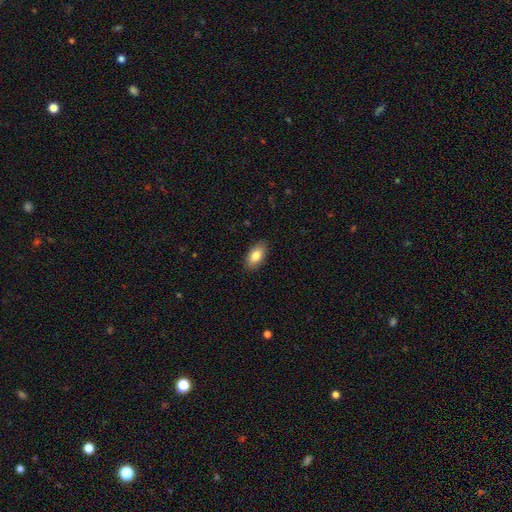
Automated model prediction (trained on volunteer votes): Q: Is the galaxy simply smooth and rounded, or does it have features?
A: smooth — 84%.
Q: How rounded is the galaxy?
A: in between — 92%.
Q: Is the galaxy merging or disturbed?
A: none — 89%.